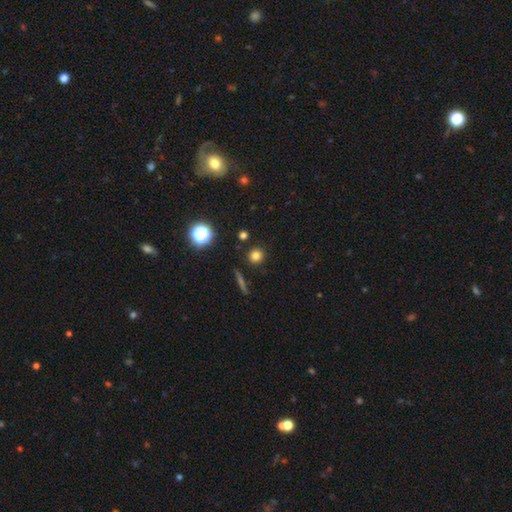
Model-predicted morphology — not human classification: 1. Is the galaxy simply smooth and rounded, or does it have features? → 77% smooth, 16% star or artifact, 7% featured or disk.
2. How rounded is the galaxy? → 92% round, 7% in between, 2% cigar-shaped.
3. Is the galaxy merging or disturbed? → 89% none, 6% minor disturbance, 3% merger, 2% major disturbance.